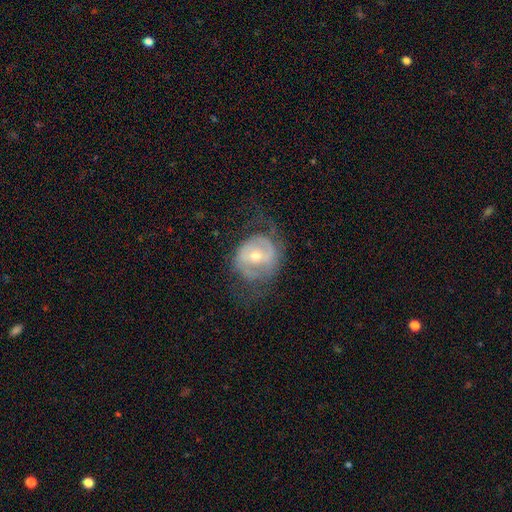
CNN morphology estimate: Smooth or featured? featured or disk (69%)
Edge-on disk? no (95%)
Bar? no (44%)
Spiral arms? yes (61%)
Bulge size? moderate (50%)
Merging? none (51%)